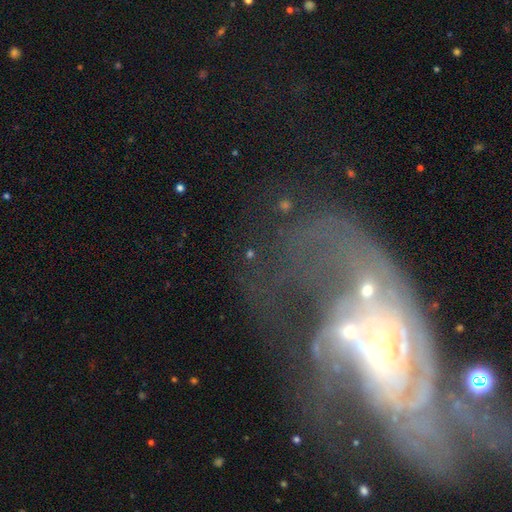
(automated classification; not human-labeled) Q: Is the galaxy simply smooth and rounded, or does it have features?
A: featured or disk — 64%.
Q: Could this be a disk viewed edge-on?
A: no — 93%.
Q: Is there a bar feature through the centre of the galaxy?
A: no — 62%.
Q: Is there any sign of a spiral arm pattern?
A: yes — 58%.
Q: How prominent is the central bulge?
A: small — 49%.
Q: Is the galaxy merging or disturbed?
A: major disturbance — 34%.